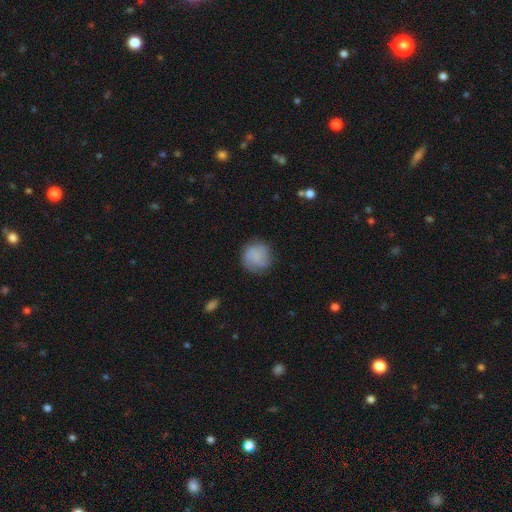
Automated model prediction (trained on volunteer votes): A smooth galaxy with no disk features (64%) that is round (90%).

Vote fractions:
- Smooth or featured? smooth: 64% / featured or disk: 28% / star or artifact: 8%
- How rounded? round: 90% / in between: 9% / cigar-shaped: 1%
- Merging? none: 77% / minor disturbance: 16% / major disturbance: 6% / merger: 1%